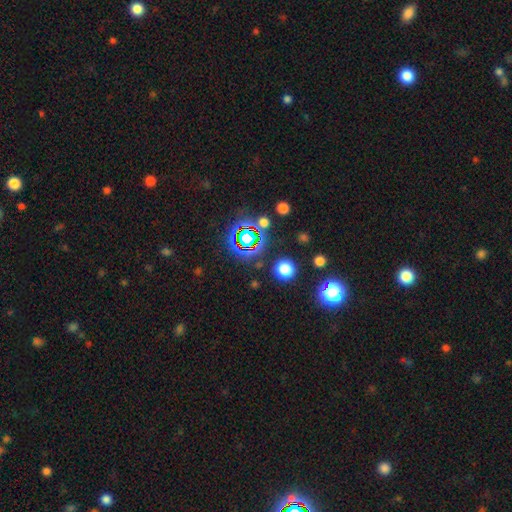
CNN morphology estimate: Smooth or featured? Predicted: star or artifact (p=0.71).